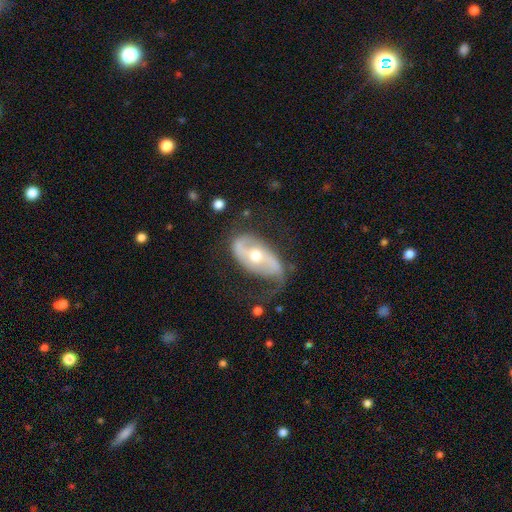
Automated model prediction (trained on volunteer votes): featured or disk 81%, smooth 14%, star or artifact 5%. Down the decision tree: edge-on disk — no (93%); bar — no (44%); spiral arms — yes (88%); spiral arm count — 2 (83%); spiral winding — loose (53%); bulge size — moderate (69%); merging — none (54%).